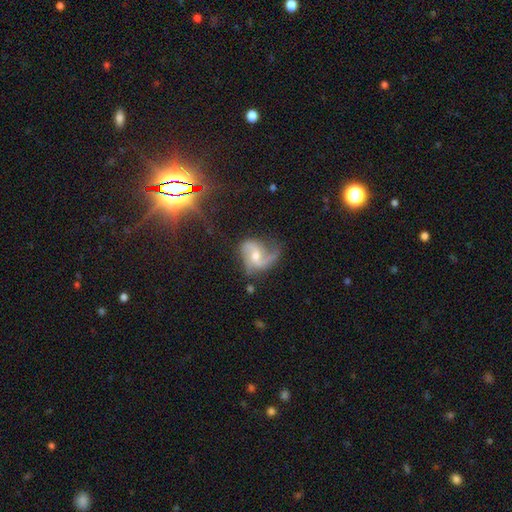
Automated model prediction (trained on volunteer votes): Morphology: type=featured or disk (80%); edge-on=no (97%); bar=no (49%); spiral arms=yes (94%); winding=loose (51%); arm count=2 (72%); bulge=moderate (60%); merging=none (50%).